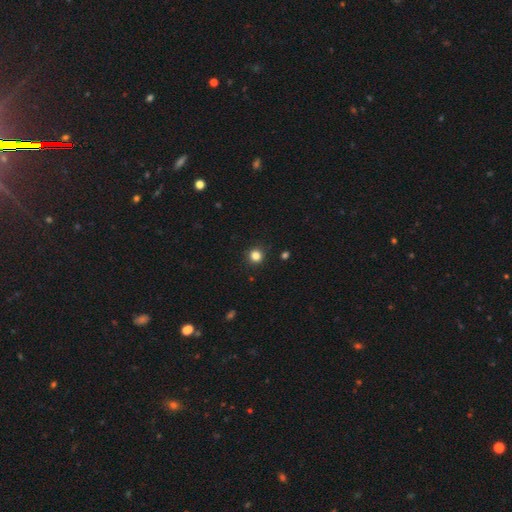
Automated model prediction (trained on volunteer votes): Smooth or featured? Predicted: smooth (p=0.83). How rounded? Predicted: round (p=0.93). Merging? Predicted: none (p=0.92).